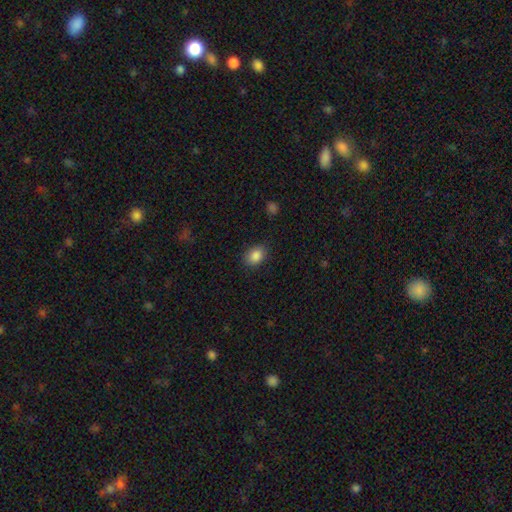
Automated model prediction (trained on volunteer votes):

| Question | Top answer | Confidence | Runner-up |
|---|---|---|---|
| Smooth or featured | smooth | 87% | star or artifact (9%) |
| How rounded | in between | 67% | round (32%) |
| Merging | none | 83% | minor disturbance (13%) |